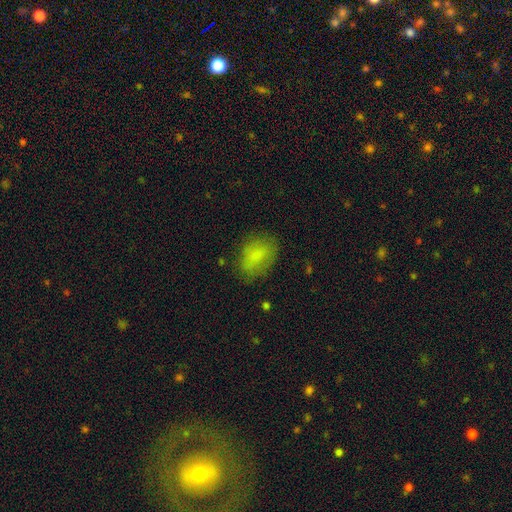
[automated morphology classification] The model was most divided on "merging": none: 72%, minor disturbance: 20%, major disturbance: 7%, merger: 1%. More confident: smooth or featured — smooth (79%); how rounded — in between (78%).